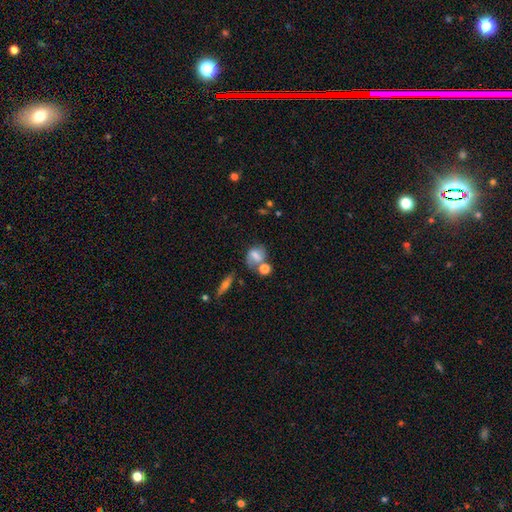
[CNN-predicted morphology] Overall: smooth (60%; featured or disk 29%). How rounded: in between (54%; round 42%). Merging: none (45%; merger 26%).